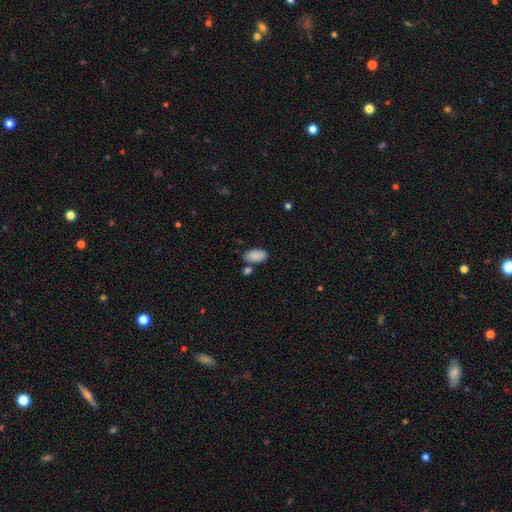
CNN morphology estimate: smooth 88%, star or artifact 7%, featured or disk 5%. Down the decision tree: how rounded — in between (94%); merging — none (68%).